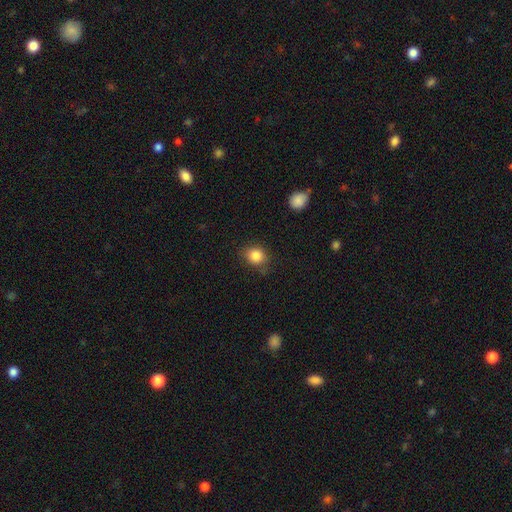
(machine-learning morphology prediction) type=smooth (85%); roundness=round (65%); merging=none (76%).